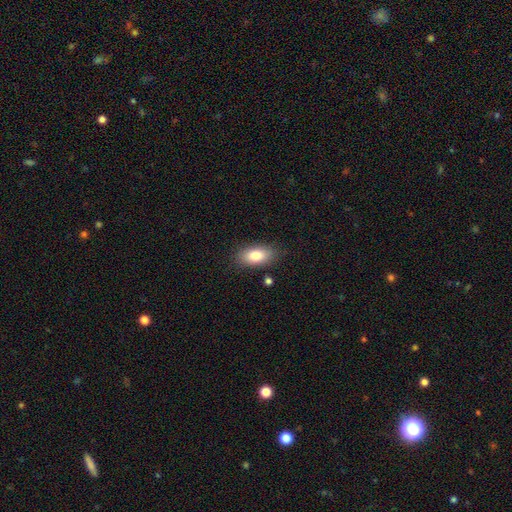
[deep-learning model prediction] This is clearly a smooth galaxy (81%). How rounded: clearly in between (89%). Merging: clearly none (84%).